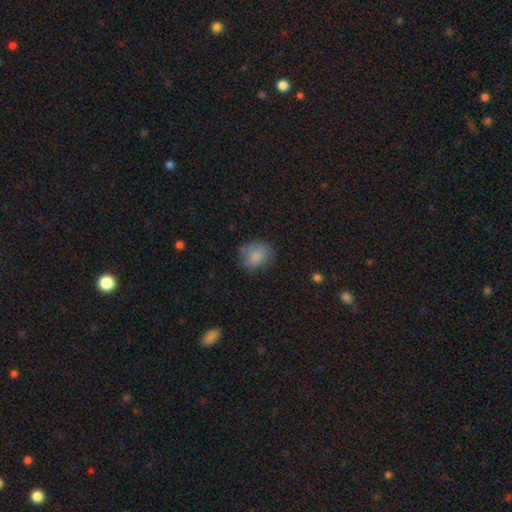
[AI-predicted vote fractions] smooth_or_featured: smooth (p=0.81) [alt: featured or disk p=0.10]
how_rounded: round (p=0.61) [alt: in between p=0.38]
merging: none (p=0.67) [alt: minor disturbance p=0.24]